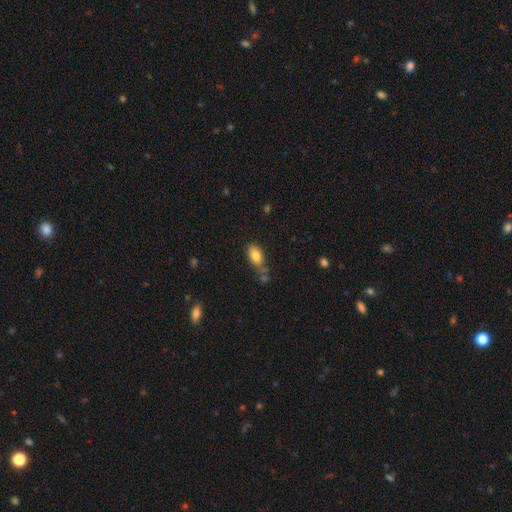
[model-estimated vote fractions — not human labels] Q: Smooth or featured?
A: smooth (81%); runner-up: featured or disk (11%)
Q: How rounded?
A: in between (88%); runner-up: cigar-shaped (7%)
Q: Merging?
A: none (56%); runner-up: minor disturbance (24%)